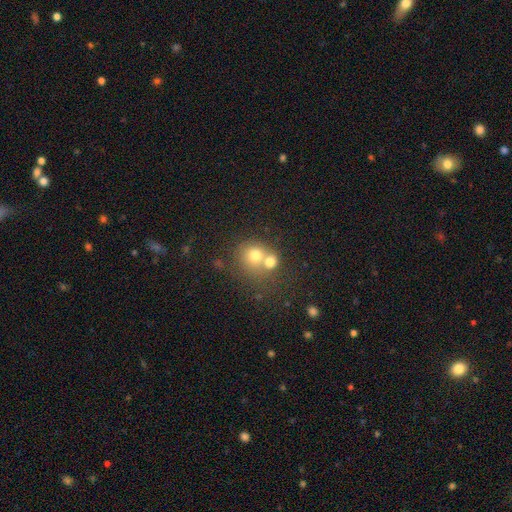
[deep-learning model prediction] This is likely a smooth galaxy (69%). How rounded: likely round (78%). Merging: possibly merger (57%).